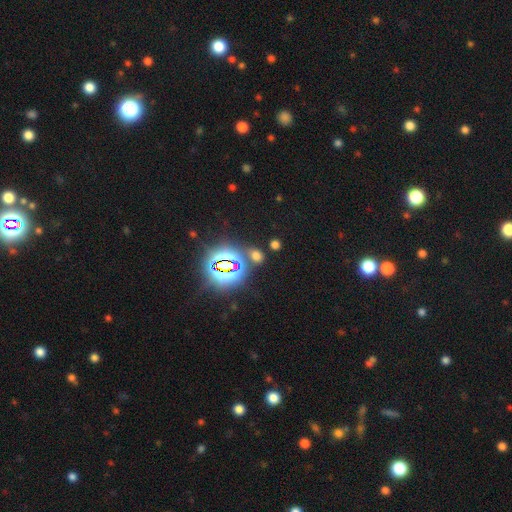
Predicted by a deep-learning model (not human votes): The model was most divided on "smooth or featured": smooth: 48%, star or artifact: 45%, featured or disk: 7%. More confident: merging — none (75%).